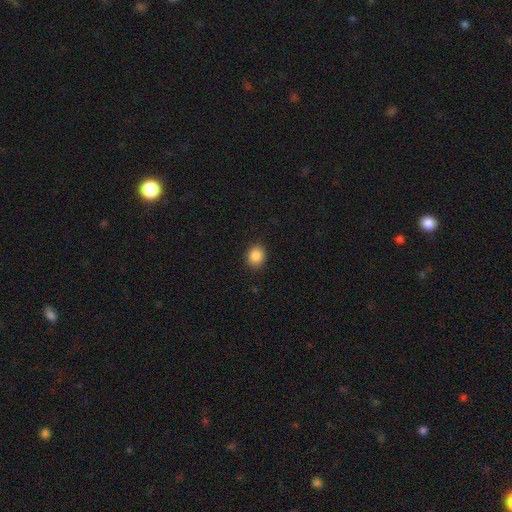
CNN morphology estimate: Smooth or featured? Predicted: smooth (p=0.87). How rounded? Predicted: round (p=0.65). Merging? Predicted: none (p=0.89).